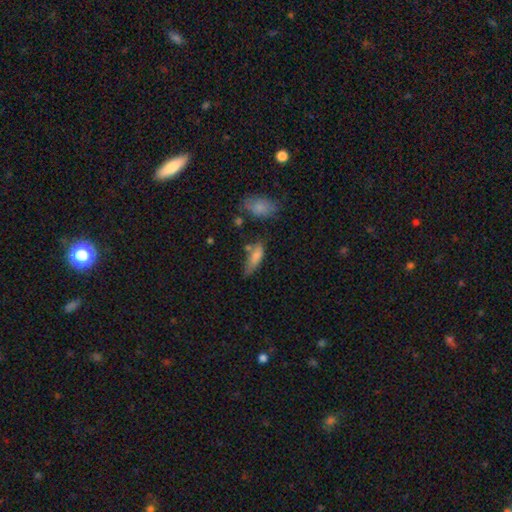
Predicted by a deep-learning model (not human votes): The model was most divided on "merging": none: 46%, minor disturbance: 31%, major disturbance: 12%, merger: 12%. More confident: smooth or featured — smooth (78%); how rounded — in between (61%).